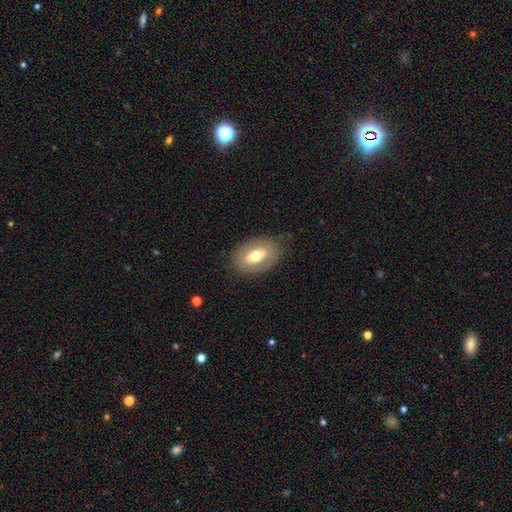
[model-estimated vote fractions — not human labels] Overall: smooth (54%; featured or disk 39%). How rounded: in between (87%). Merging: none (80%).